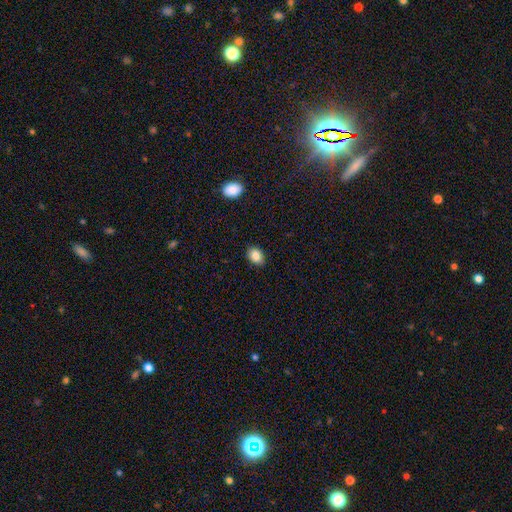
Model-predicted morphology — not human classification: Q: Smooth or featured?
A: smooth (86%); runner-up: star or artifact (9%)
Q: How rounded?
A: in between (68%); runner-up: round (30%)
Q: Merging?
A: none (85%); runner-up: minor disturbance (12%)